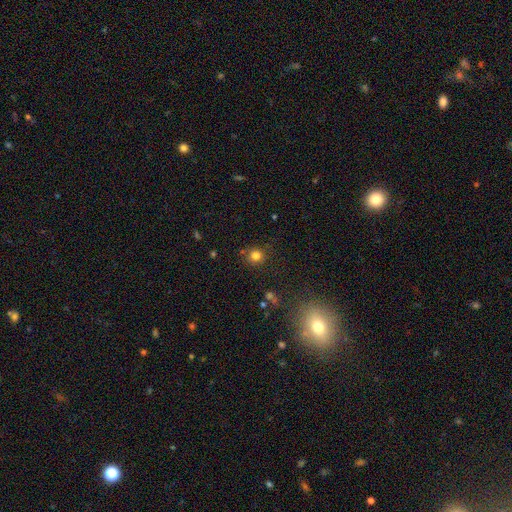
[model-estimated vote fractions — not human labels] Smooth or featured?
  - smooth: 79% *
  - star or artifact: 15%
  - featured or disk: 6%
How rounded?
  - round: 91% *
  - in between: 8%
  - cigar-shaped: 1%
Merging?
  - none: 83% *
  - minor disturbance: 10%
  - merger: 3%
  - major disturbance: 3%